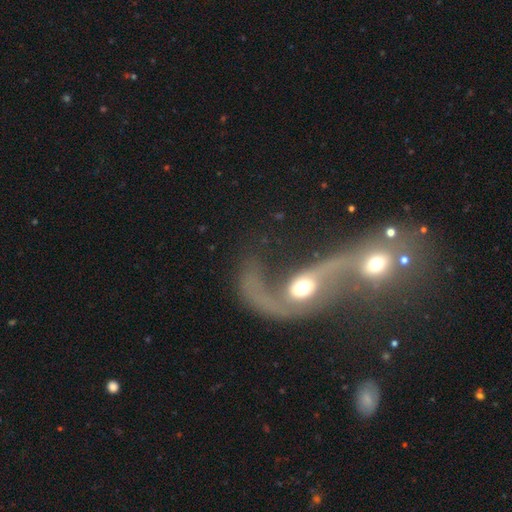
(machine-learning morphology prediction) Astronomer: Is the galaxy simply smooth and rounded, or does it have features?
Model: featured or disk — 77%.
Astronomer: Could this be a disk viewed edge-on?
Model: no — 95%.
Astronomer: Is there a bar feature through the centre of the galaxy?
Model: no — 60%.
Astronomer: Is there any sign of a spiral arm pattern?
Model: yes — 79%.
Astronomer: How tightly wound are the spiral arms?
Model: loose — 85%.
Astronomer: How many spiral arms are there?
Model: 2 — 72%.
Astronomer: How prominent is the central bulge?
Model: moderate — 55%.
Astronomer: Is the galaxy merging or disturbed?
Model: merger — 66%.